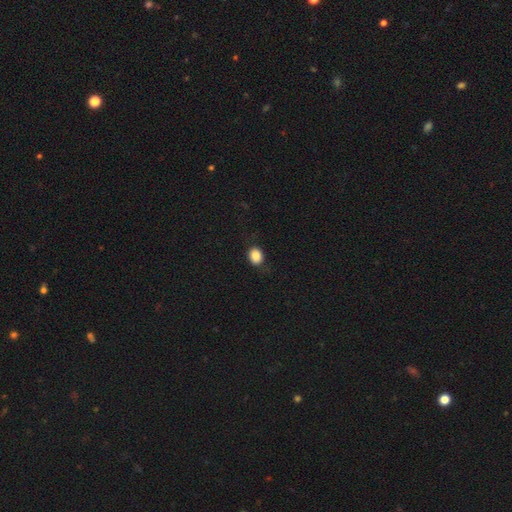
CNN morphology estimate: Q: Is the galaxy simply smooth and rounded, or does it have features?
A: smooth — 85%.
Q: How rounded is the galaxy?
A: in between — 50%.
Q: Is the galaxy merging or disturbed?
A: none — 83%.